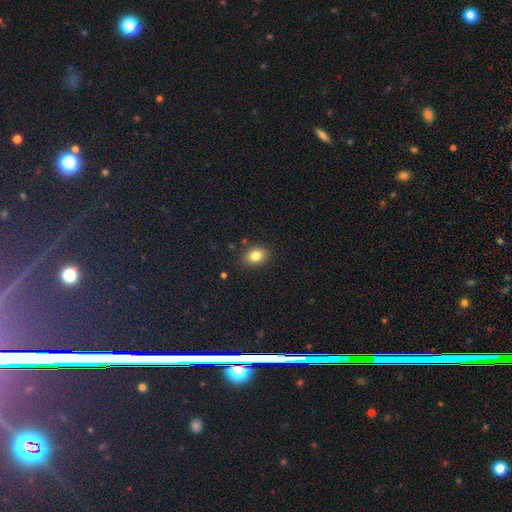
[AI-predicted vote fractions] A smooth galaxy with no disk features (82%) that is in between round and cigar-shaped (61%).

Vote fractions:
- Smooth or featured? smooth: 82% / star or artifact: 10% / featured or disk: 8%
- How rounded? in between: 61% / round: 38% / cigar-shaped: 1%
- Merging? none: 86% / minor disturbance: 10% / major disturbance: 2% / merger: 2%